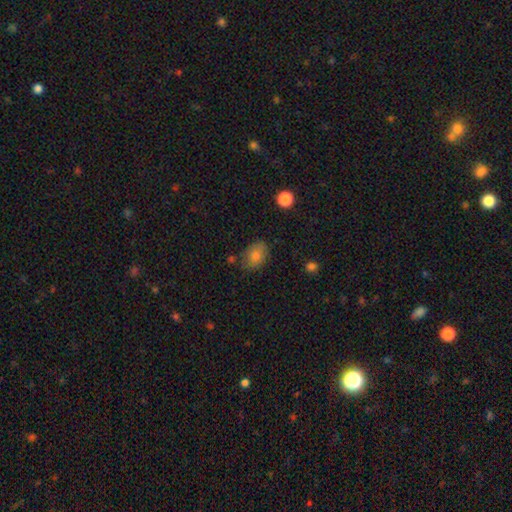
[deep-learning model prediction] The model was most divided on "how rounded": in between: 73%, round: 25%, cigar-shaped: 1%. More confident: smooth or featured — smooth (79%); merging — none (74%).